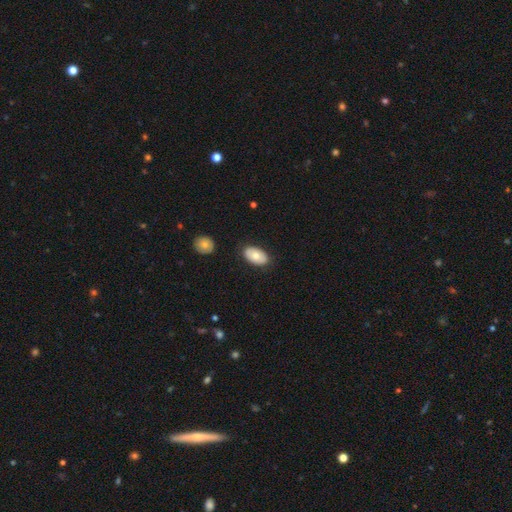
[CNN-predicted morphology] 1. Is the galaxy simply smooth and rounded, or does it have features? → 76% smooth, 18% featured or disk, 6% star or artifact.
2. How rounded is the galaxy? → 93% in between, 5% round, 1% cigar-shaped.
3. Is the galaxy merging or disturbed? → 83% none, 12% minor disturbance, 3% major disturbance, 2% merger.